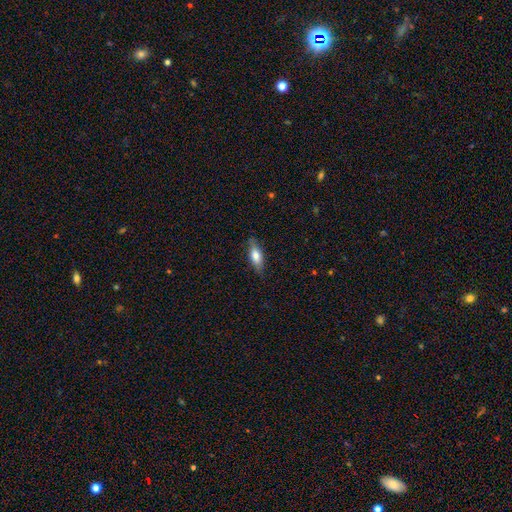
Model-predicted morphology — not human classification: Q: Smooth or featured?
A: smooth (69%); runner-up: featured or disk (25%)
Q: How rounded?
A: in between (66%); runner-up: cigar-shaped (31%)
Q: Merging?
A: none (80%); runner-up: minor disturbance (16%)